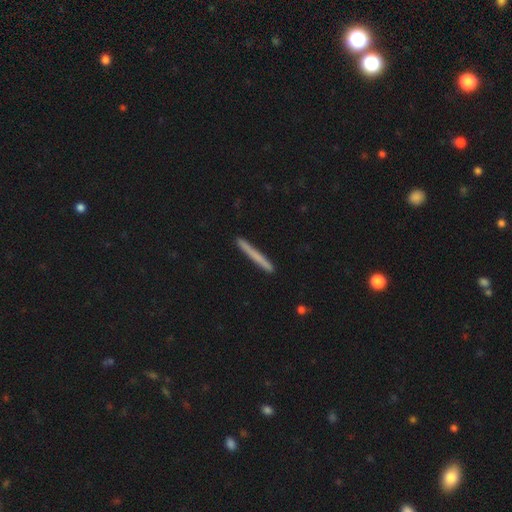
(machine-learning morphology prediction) Smooth or featured? smooth (67%)
How rounded? cigar-shaped (97%)
Merging? none (91%)